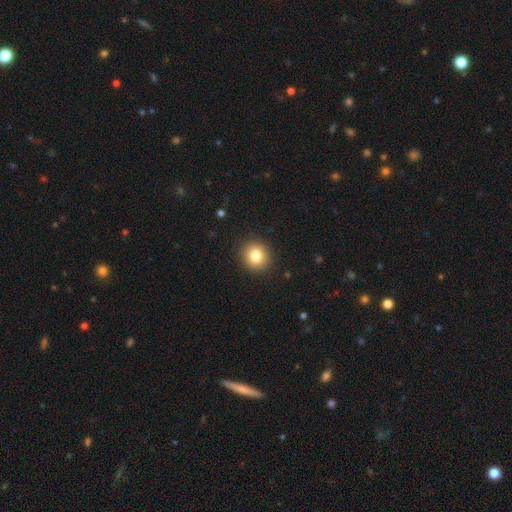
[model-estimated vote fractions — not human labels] A smooth galaxy with no disk features (83%) that is round (84%). Merging: none (91%).